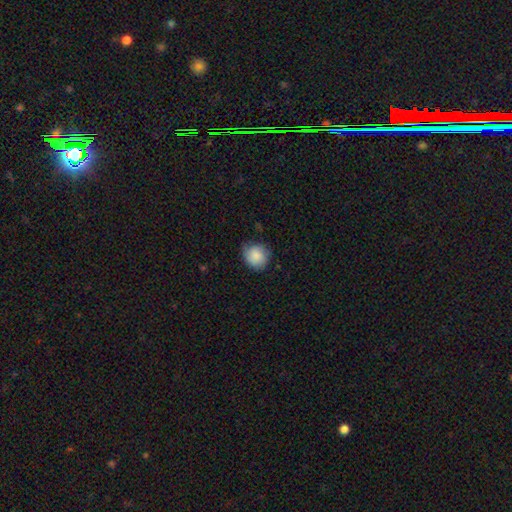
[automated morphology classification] type=smooth (80%); roundness=round (81%); merging=none (66%).